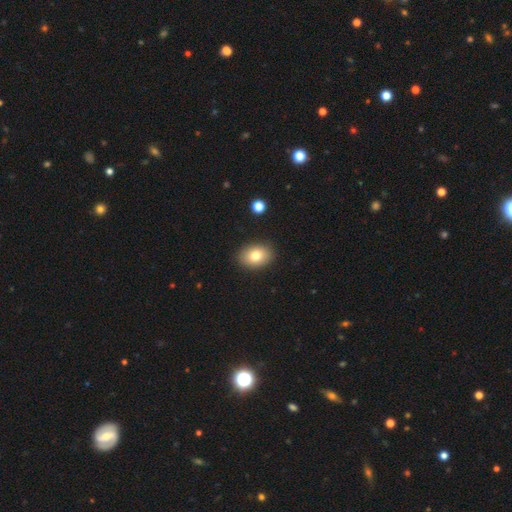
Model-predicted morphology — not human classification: This appears to be a smooth galaxy with no disk features (80%) that is in between round and cigar-shaped (74%). Merging: none (89%).